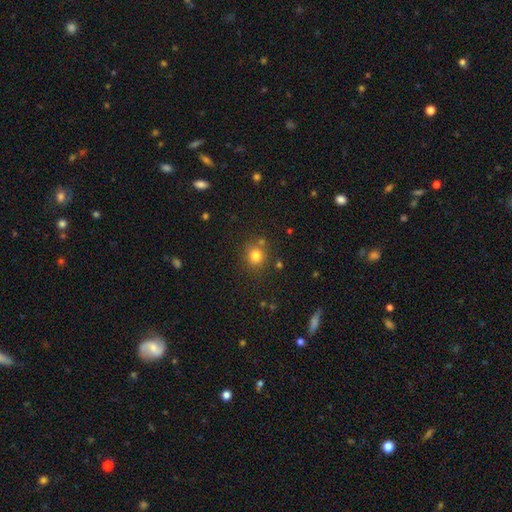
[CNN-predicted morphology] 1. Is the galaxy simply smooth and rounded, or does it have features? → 79% smooth, 14% star or artifact, 7% featured or disk.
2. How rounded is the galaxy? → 87% round, 12% in between, 1% cigar-shaped.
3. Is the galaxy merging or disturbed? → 79% none, 10% minor disturbance, 8% merger, 3% major disturbance.